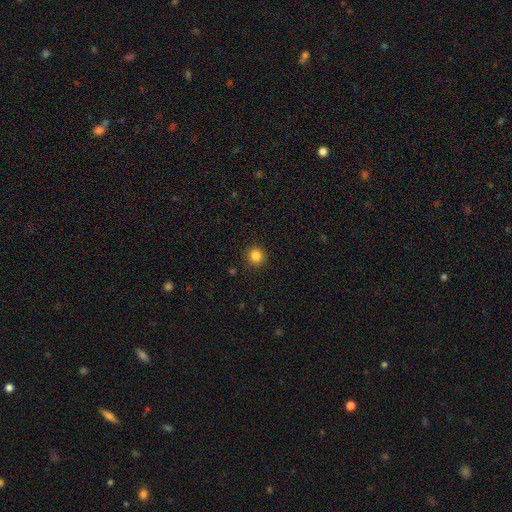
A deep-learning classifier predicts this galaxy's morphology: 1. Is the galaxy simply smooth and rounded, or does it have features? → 85% smooth, 11% star or artifact, 4% featured or disk.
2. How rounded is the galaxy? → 94% round, 5% in between, 1% cigar-shaped.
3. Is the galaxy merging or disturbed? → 91% none, 5% minor disturbance, 2% major disturbance, 1% merger.